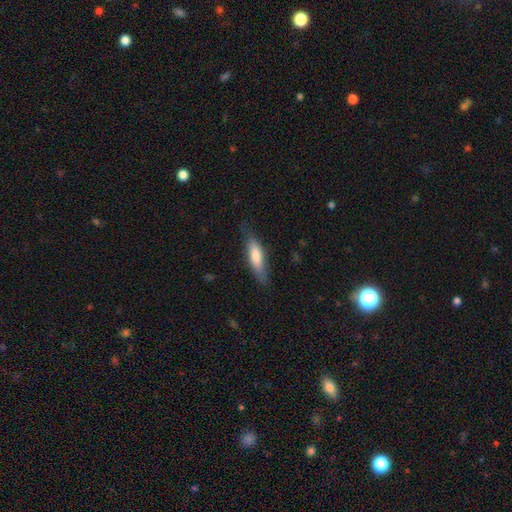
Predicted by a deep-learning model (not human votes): Overall: smooth (71%). How rounded: cigar-shaped (62%; in between 37%). Merging: none (73%).